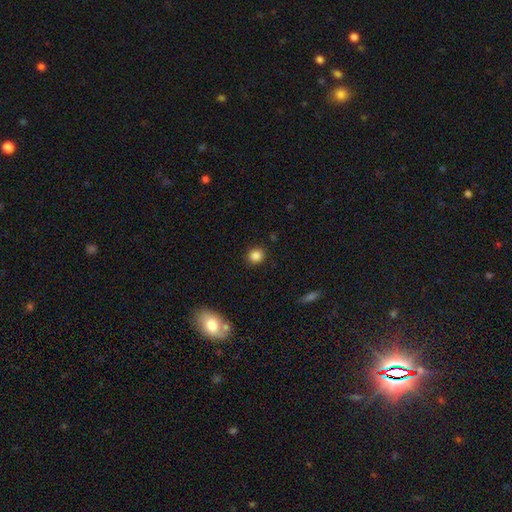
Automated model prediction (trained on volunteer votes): Smooth or featured? Predicted: smooth (p=0.85). How rounded? Predicted: round (p=0.85). Merging? Predicted: none (p=0.90).